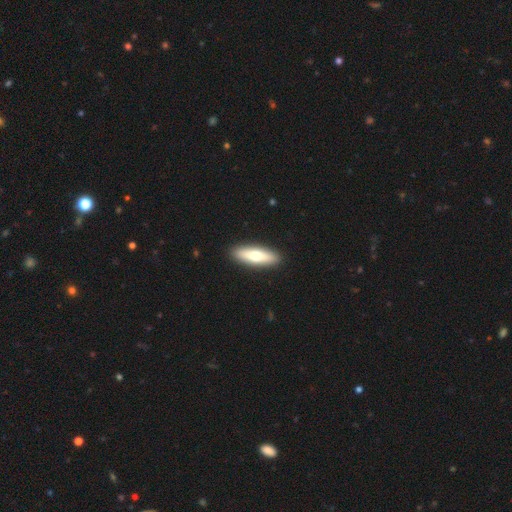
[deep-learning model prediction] A smooth galaxy with no disk features (63%) that is cigar-shaped (52%).

Vote fractions:
- Smooth or featured? smooth: 63% / featured or disk: 32% / star or artifact: 5%
- How rounded? cigar-shaped: 52% / in between: 46% / round: 2%
- Merging? none: 92% / minor disturbance: 6% / major disturbance: 1% / merger: 1%